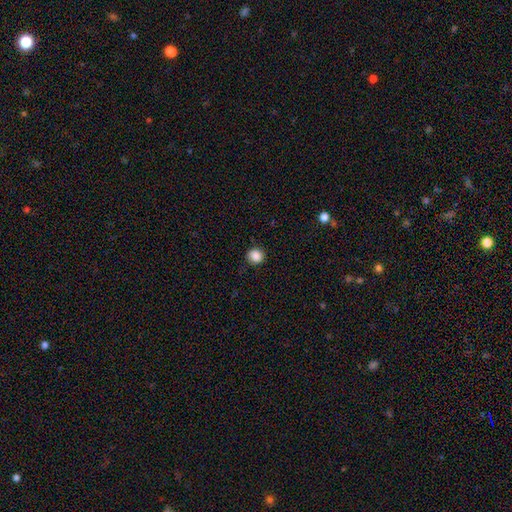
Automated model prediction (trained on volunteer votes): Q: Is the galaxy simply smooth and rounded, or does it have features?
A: smooth — 87%.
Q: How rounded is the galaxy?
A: round — 89%.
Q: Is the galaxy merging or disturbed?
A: none — 86%.